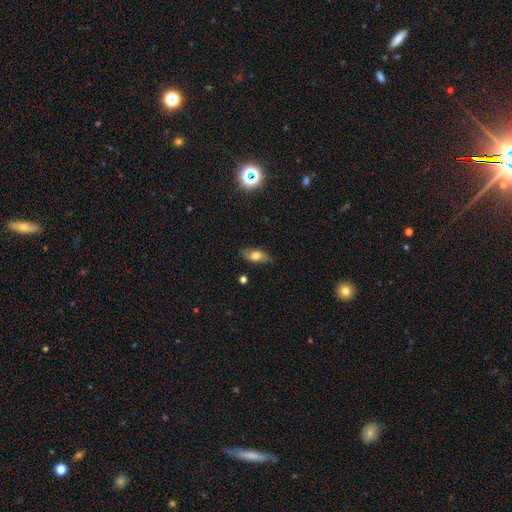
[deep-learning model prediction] Smooth or featured? smooth (65%)
How rounded? in between (81%)
Merging? none (77%)